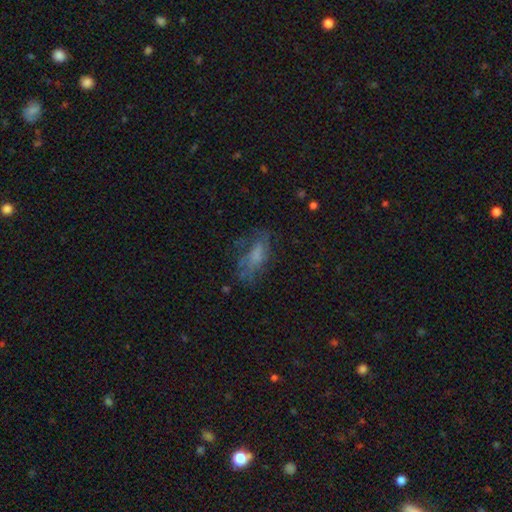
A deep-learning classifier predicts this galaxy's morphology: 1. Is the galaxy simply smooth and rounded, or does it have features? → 48% smooth, 38% featured or disk, 15% star or artifact.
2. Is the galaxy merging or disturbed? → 50% none, 24% major disturbance, 23% minor disturbance, 3% merger.